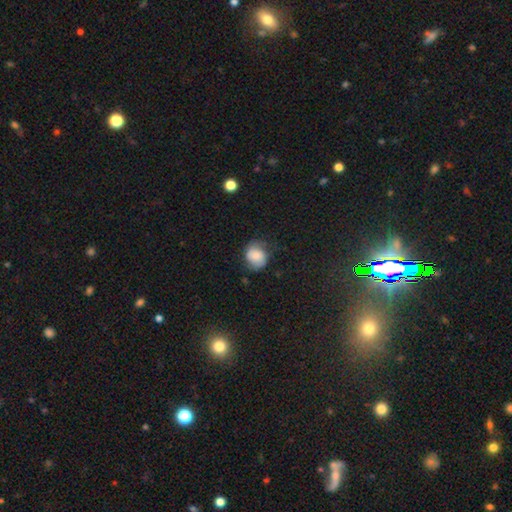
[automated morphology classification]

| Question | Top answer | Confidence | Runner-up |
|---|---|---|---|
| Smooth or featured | smooth | 68% | featured or disk (23%) |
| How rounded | round | 65% | in between (35%) |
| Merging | none | 58% | minor disturbance (28%) |